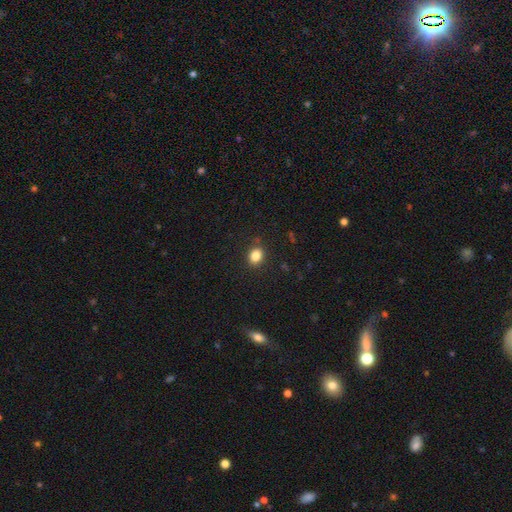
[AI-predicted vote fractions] Morphology: type=smooth (84%); roundness=round (50%); merging=none (86%).